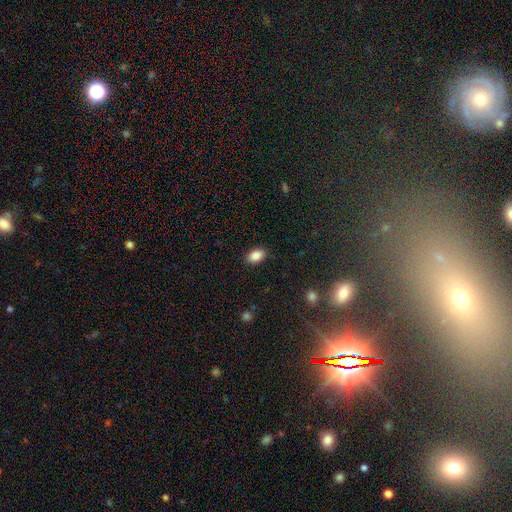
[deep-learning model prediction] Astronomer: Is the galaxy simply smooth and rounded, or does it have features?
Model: smooth — 87%.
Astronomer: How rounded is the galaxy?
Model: in between — 87%.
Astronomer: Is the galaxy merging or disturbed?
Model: none — 88%.